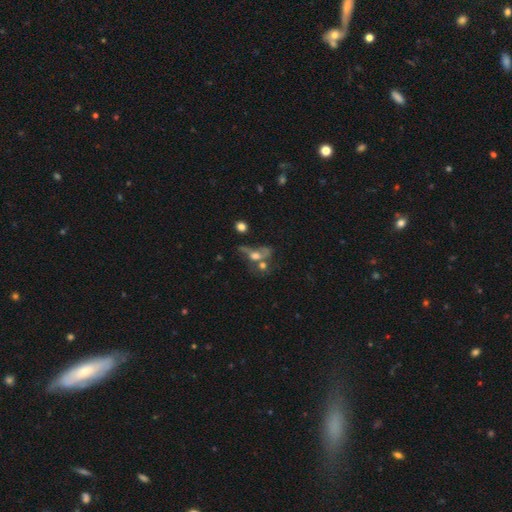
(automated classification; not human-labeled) Smooth or featured? Predicted: smooth (p=0.44). Merging? Predicted: merger (p=0.42).